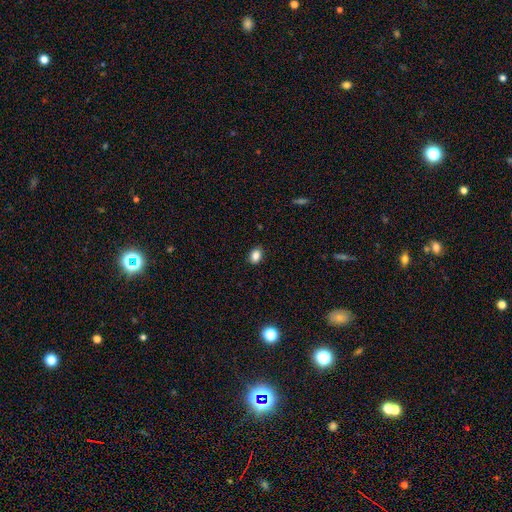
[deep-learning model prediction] The model was most divided on "how rounded": in between: 72%, round: 27%, cigar-shaped: 1%. More confident: merging — none (89%); smooth or featured — smooth (85%).